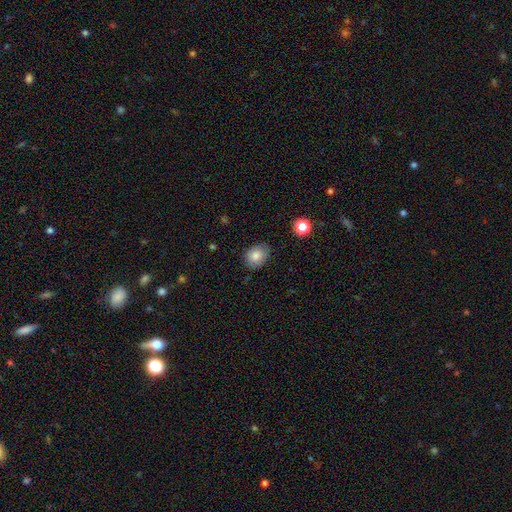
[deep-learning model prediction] Q: Smooth or featured?
A: smooth (82%); runner-up: featured or disk (9%)
Q: How rounded?
A: in between (54%); runner-up: round (45%)
Q: Merging?
A: none (76%); runner-up: minor disturbance (19%)